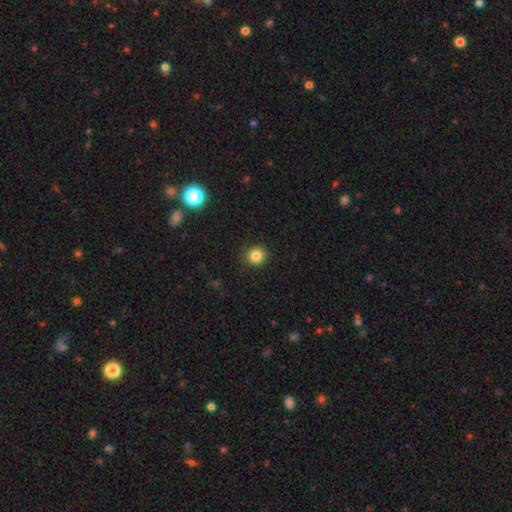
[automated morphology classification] Q: Smooth or featured?
A: smooth (83%); runner-up: star or artifact (11%)
Q: How rounded?
A: round (91%); runner-up: in between (8%)
Q: Merging?
A: none (90%); runner-up: minor disturbance (7%)